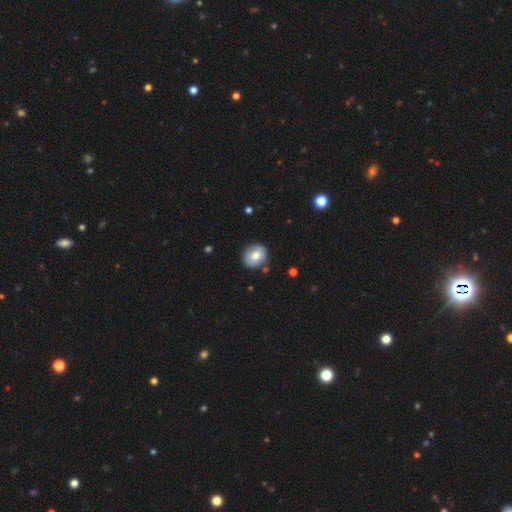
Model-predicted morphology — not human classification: A smooth galaxy with no disk features (73%) that is round (70%).

Vote fractions:
- Smooth or featured? smooth: 73% / featured or disk: 18% / star or artifact: 8%
- How rounded? round: 70% / in between: 29% / cigar-shaped: 1%
- Merging? none: 83% / minor disturbance: 12% / merger: 3% / major disturbance: 2%